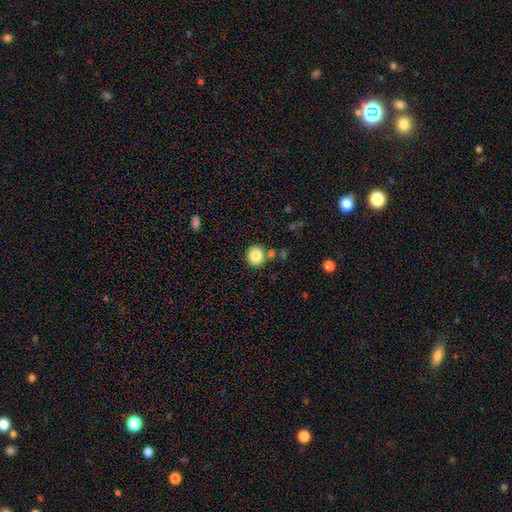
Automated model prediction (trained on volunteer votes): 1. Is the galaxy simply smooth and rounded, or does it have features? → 86% smooth, 9% star or artifact, 5% featured or disk.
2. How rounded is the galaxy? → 81% round, 18% in between, 1% cigar-shaped.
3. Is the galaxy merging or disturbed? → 78% none, 10% minor disturbance, 9% merger, 3% major disturbance.